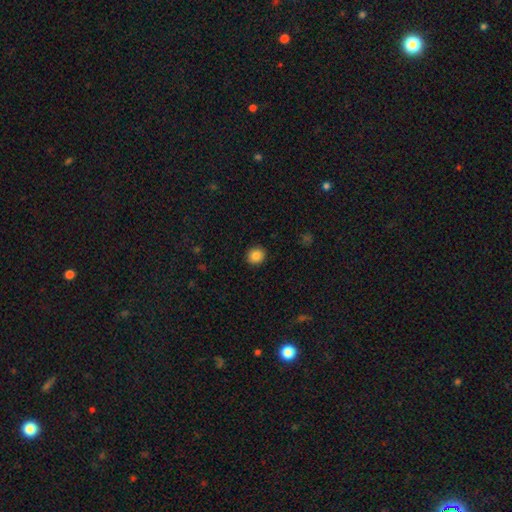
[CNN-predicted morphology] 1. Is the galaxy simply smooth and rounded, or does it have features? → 86% smooth, 10% star or artifact, 5% featured or disk.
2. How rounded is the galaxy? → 83% round, 16% in between, 1% cigar-shaped.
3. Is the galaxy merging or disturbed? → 92% none, 5% minor disturbance, 2% major disturbance, 1% merger.